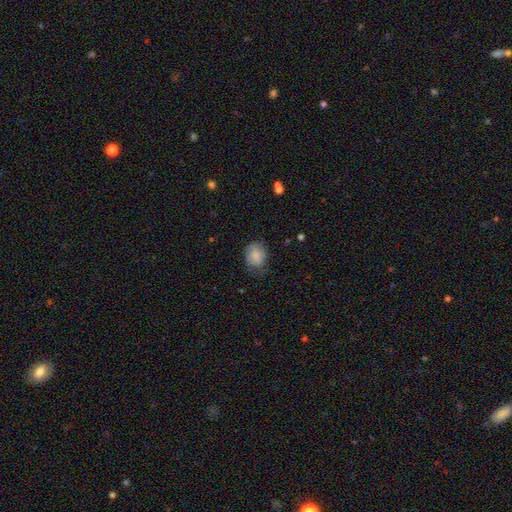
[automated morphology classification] type=smooth (82%); roundness=in between (51%); merging=none (62%).